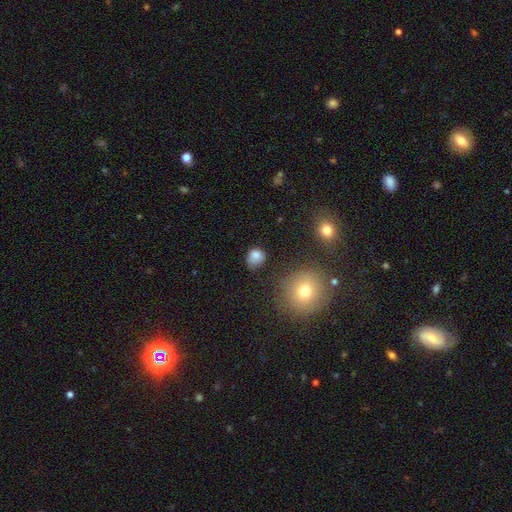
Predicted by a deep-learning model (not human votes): smooth 80%, star or artifact 12%, featured or disk 8%. Down the decision tree: how rounded — round (67%); merging — none (60%).